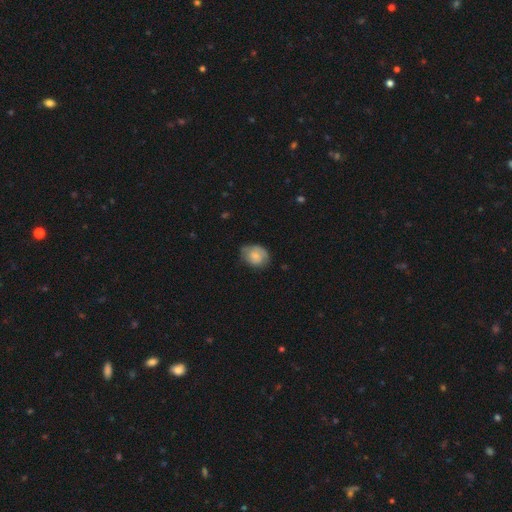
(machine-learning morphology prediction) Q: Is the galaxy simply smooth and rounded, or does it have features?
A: smooth — 64%.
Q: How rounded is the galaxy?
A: in between — 54%.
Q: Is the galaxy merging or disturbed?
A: none — 58%.